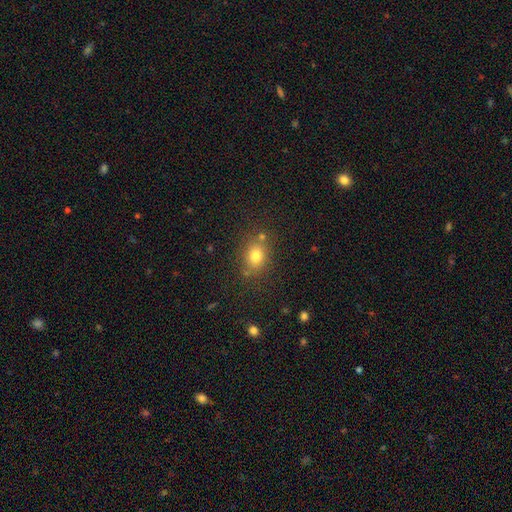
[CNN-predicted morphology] A smooth galaxy with no disk features (77%) that is in between round and cigar-shaped (50%).

Vote fractions:
- Smooth or featured? smooth: 77% / star or artifact: 14% / featured or disk: 9%
- How rounded? in between: 50% / round: 49% / cigar-shaped: 1%
- Merging? none: 76% / minor disturbance: 12% / merger: 8% / major disturbance: 4%